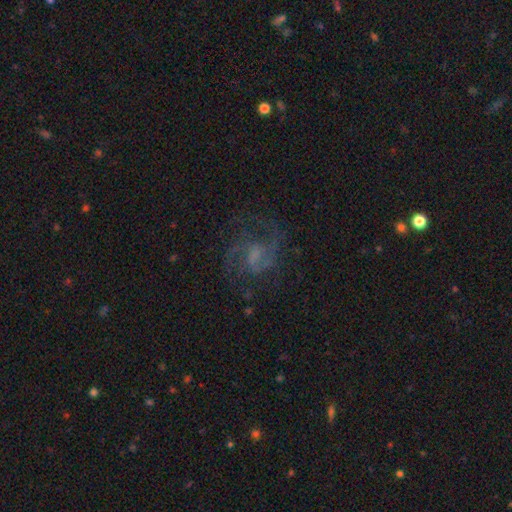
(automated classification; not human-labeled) Overall: featured or disk (78%). Edge-on disk: no (98%). Bar: weak (51%; no 36%). Spiral arms: yes (93%). Spiral arm count: 2 (71%). Spiral winding: medium (56%; loose 25%). Bulge size: none (39%; small 30%). Merging: none (66%).